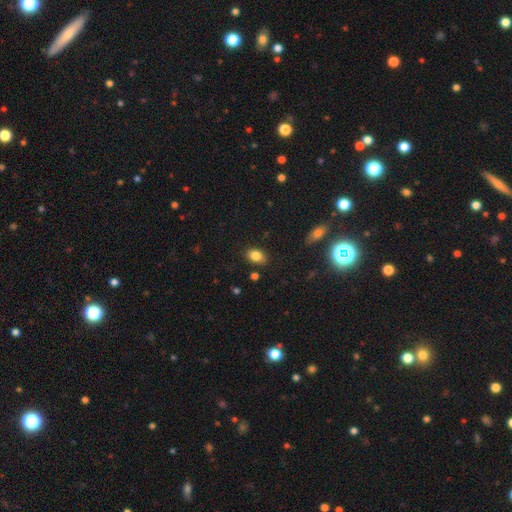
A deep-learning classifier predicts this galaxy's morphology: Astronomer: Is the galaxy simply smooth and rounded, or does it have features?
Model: smooth — 84%.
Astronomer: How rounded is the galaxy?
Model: in between — 83%.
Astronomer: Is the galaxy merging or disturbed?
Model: none — 83%.